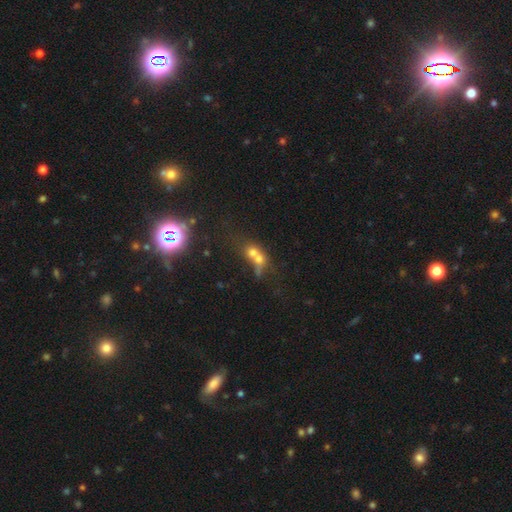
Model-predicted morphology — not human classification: Overall: smooth (59%; featured or disk 25%). How rounded: round (62%; in between 34%). Merging: merger (69%).